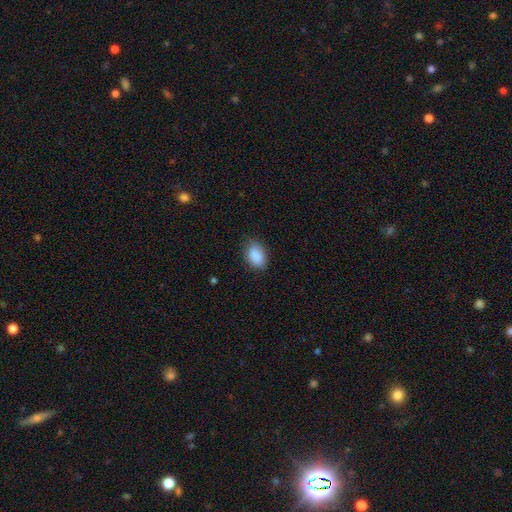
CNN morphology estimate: The model was most divided on "merging": none: 81%, minor disturbance: 15%, major disturbance: 3%, merger: 1%. More confident: smooth or featured — smooth (90%); how rounded — in between (85%).